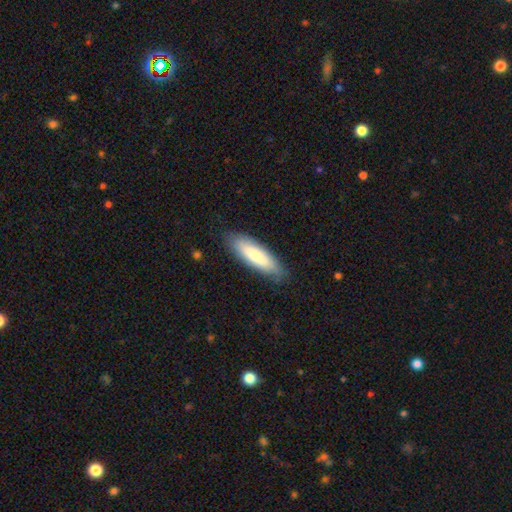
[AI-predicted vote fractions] Smooth or featured?
  - smooth: 75% *
  - featured or disk: 19%
  - star or artifact: 5%
How rounded?
  - cigar-shaped: 53% *
  - in between: 45%
  - round: 2%
Merging?
  - none: 83% *
  - minor disturbance: 13%
  - major disturbance: 3%
  - merger: 1%